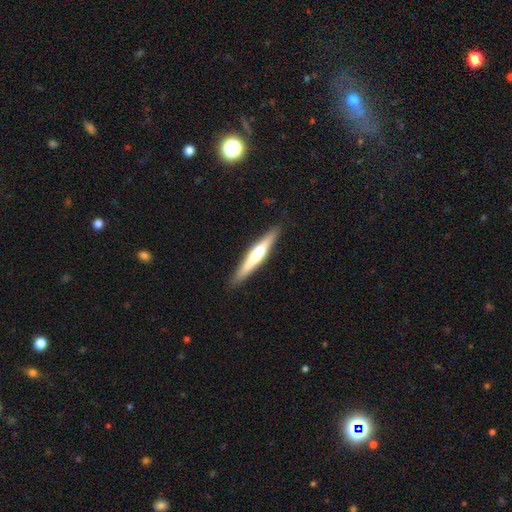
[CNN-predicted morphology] type=featured or disk (58%); edge-on=yes (96%); edge-on bulge=rounded (80%); merging=none (88%).